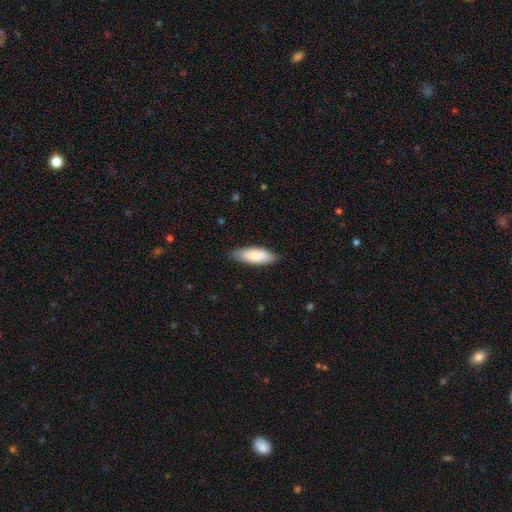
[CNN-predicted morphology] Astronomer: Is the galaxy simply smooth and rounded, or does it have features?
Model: smooth — 84%.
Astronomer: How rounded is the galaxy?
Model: in between — 67%.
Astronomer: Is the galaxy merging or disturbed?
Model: none — 85%.